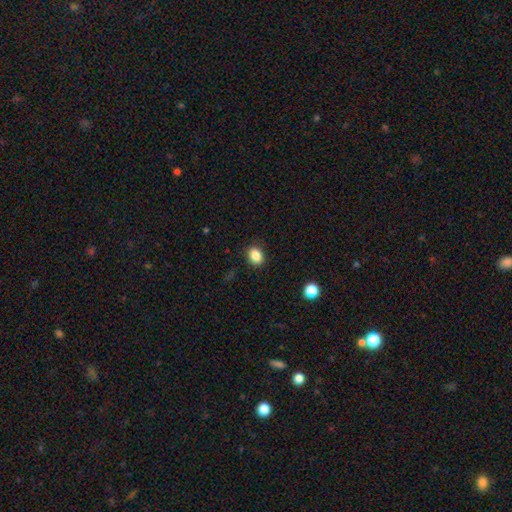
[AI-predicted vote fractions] A smooth galaxy with no disk features (86%) that is in between round and cigar-shaped (64%).

Vote fractions:
- Smooth or featured? smooth: 86% / star or artifact: 10% / featured or disk: 4%
- How rounded? in between: 64% / round: 35% / cigar-shaped: 1%
- Merging? none: 87% / minor disturbance: 9% / major disturbance: 3% / merger: 1%